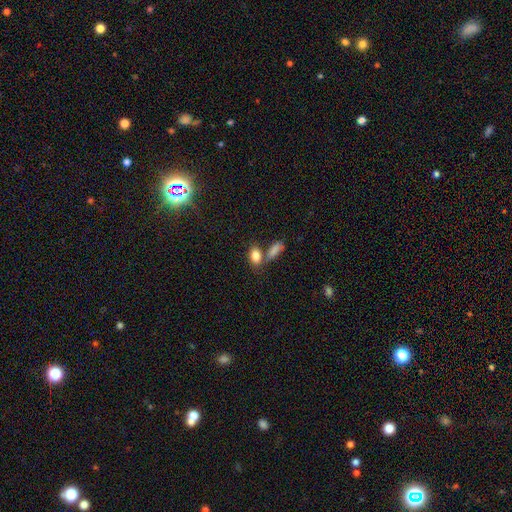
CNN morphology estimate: smooth 85%, star or artifact 8%, featured or disk 7%. Down the decision tree: how rounded — in between (86%); merging — none (51%).